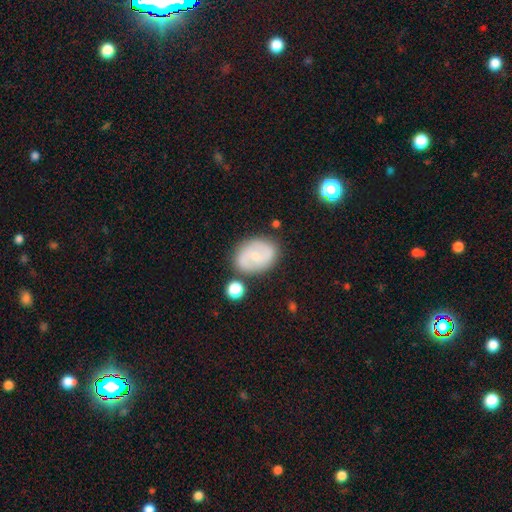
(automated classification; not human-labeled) Morphology: type=featured or disk (64%); edge-on=no (97%); bar=no (48%); spiral arms=yes (87%); winding=medium (48%); arm count=2 (85%); bulge=small (63%); merging=none (77%).